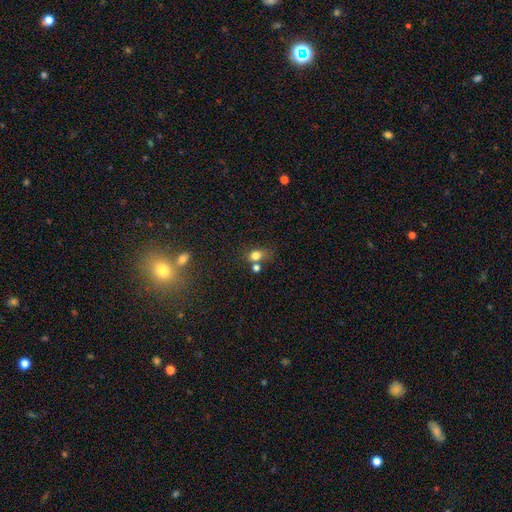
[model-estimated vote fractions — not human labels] Smooth or featured? smooth (78%)
How rounded? in between (59%)
Merging? none (49%)